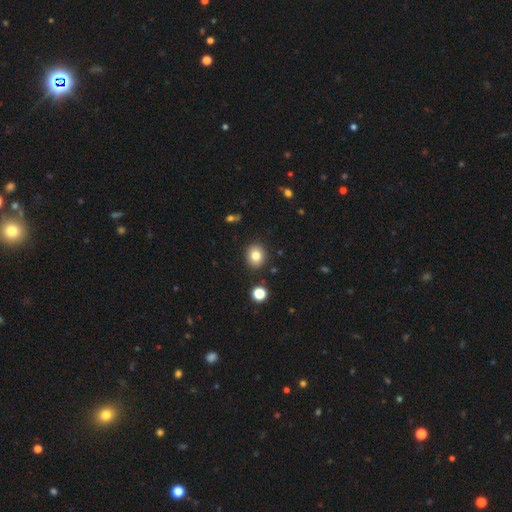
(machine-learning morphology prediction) Q: Smooth or featured?
A: smooth (81%); runner-up: star or artifact (11%)
Q: How rounded?
A: round (71%); runner-up: in between (28%)
Q: Merging?
A: none (88%); runner-up: minor disturbance (7%)